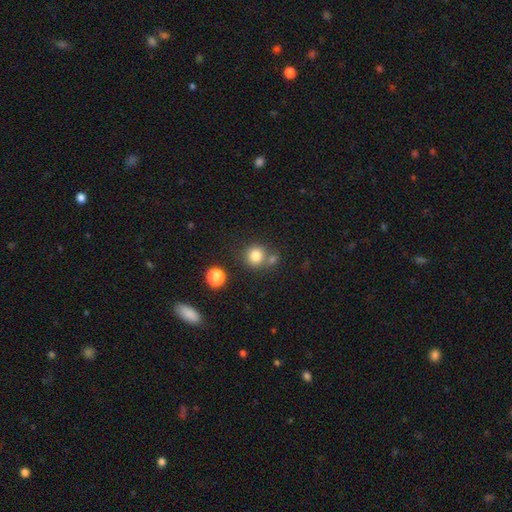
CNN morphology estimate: Q: Smooth or featured?
A: smooth (81%); runner-up: star or artifact (12%)
Q: How rounded?
A: round (90%); runner-up: in between (9%)
Q: Merging?
A: none (64%); runner-up: merger (22%)